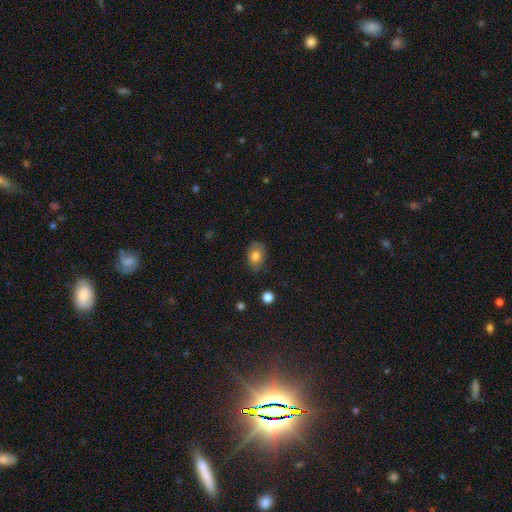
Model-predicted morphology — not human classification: A smooth galaxy with no disk features (74%) that is in between round and cigar-shaped (76%). Merging: none (74%).